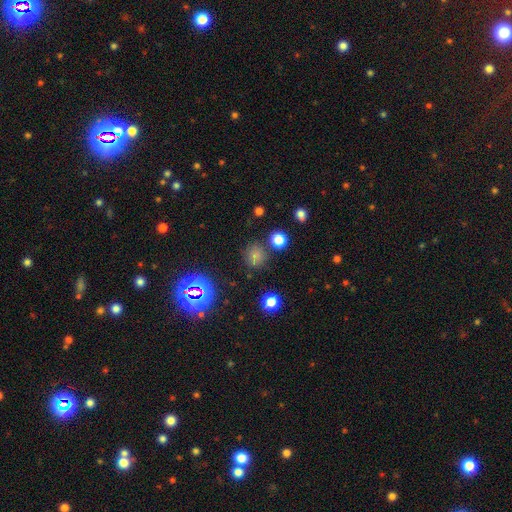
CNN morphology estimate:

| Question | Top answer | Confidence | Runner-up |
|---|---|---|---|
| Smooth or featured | smooth | 66% | star or artifact (26%) |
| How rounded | round | 84% | in between (15%) |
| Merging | none | 77% | minor disturbance (12%) |